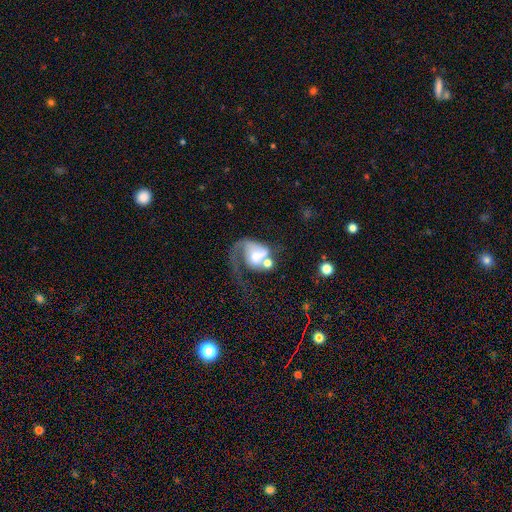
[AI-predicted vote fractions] Overall: featured or disk (67%). Edge-on disk: no (97%). Bar: no (63%; weak 28%). Spiral arms: yes (81%). Spiral arm count: 1 (67%). Spiral winding: loose (55%; medium 32%). Bulge size: moderate (47%; small 31%). Merging: major disturbance (36%; merger 35%).